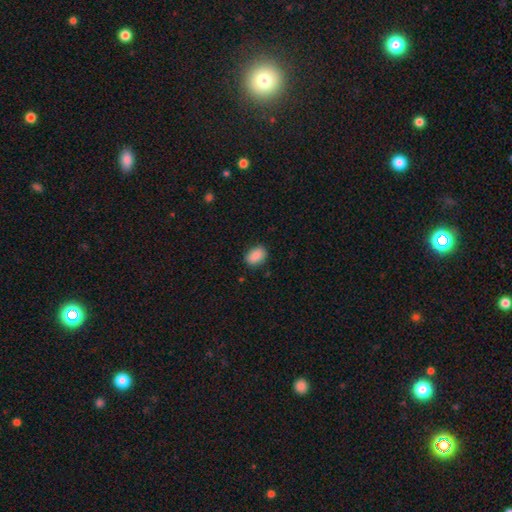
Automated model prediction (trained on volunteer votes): The model was most divided on "how rounded": in between: 81%, round: 18%, cigar-shaped: 1%. More confident: smooth or featured — smooth (89%); merging — none (86%).